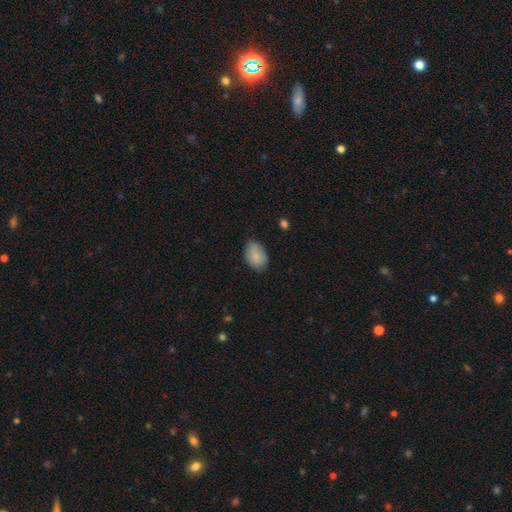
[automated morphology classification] Smooth or featured? smooth (85%)
How rounded? in between (83%)
Merging? none (73%)